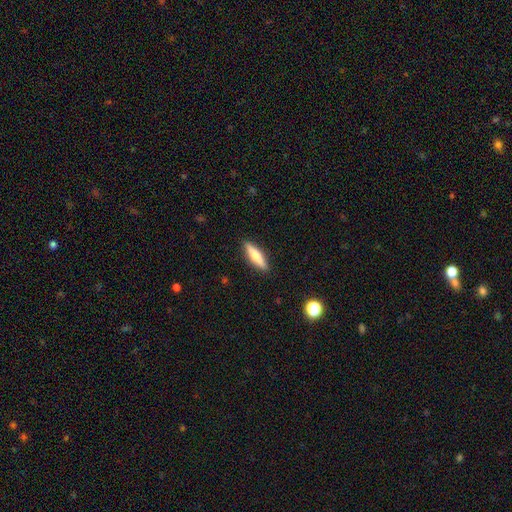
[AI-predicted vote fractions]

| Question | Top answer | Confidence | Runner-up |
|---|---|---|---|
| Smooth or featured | smooth | 60% | featured or disk (34%) |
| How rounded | cigar-shaped | 77% | in between (21%) |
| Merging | none | 90% | minor disturbance (7%) |